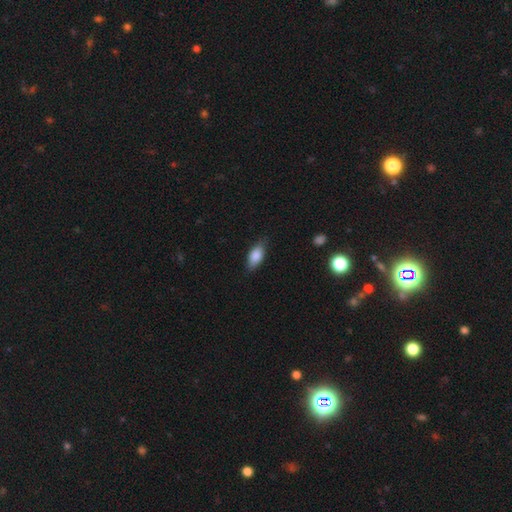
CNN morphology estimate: A smooth galaxy with no disk features (82%) that is in between round and cigar-shaped (85%).

Vote fractions:
- Smooth or featured? smooth: 82% / featured or disk: 12% / star or artifact: 7%
- How rounded? in between: 85% / cigar-shaped: 11% / round: 4%
- Merging? none: 77% / minor disturbance: 18% / major disturbance: 4% / merger: 1%